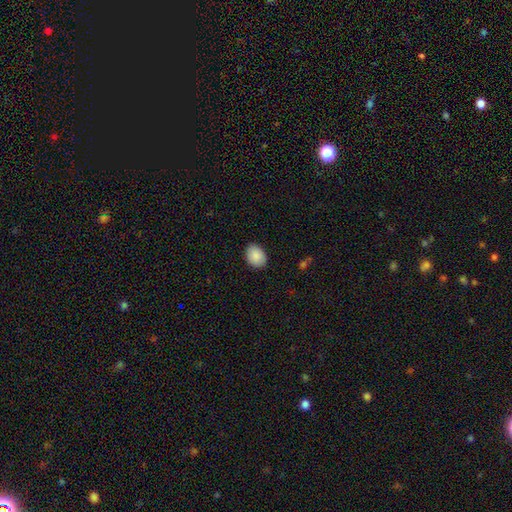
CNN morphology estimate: Q: Smooth or featured?
A: smooth (89%); runner-up: star or artifact (7%)
Q: How rounded?
A: in between (63%); runner-up: round (36%)
Q: Merging?
A: none (87%); runner-up: minor disturbance (10%)